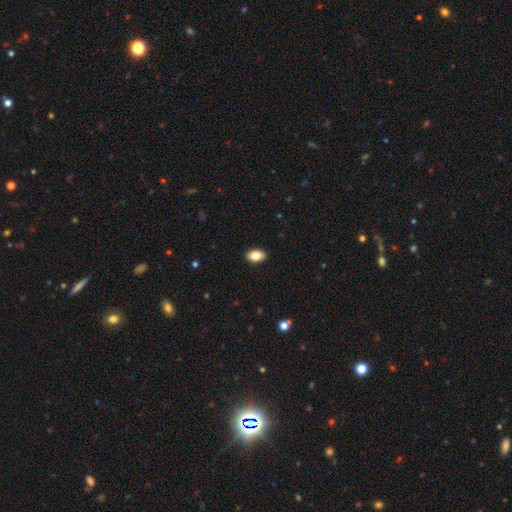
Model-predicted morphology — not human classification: Smooth or featured: smooth — 83% (featured or disk — 9%)
How rounded: in between — 91% (round — 7%)
Merging: none — 91% (minor disturbance — 7%)